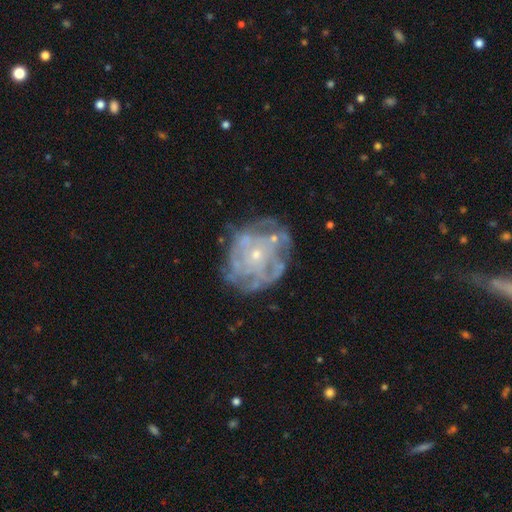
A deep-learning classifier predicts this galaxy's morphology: Q: Smooth or featured?
A: featured or disk (79%); runner-up: smooth (13%)
Q: Edge-on disk?
A: no (97%); runner-up: yes (3%)
Q: Bar?
A: no (83%); runner-up: weak (14%)
Q: Spiral arms?
A: yes (67%); runner-up: no (33%)
Q: Spiral winding?
A: tight (61%); runner-up: medium (27%)
Q: Spiral arm count?
A: can't tell (51%); runner-up: 4 (14%)
Q: Bulge size?
A: small (75%); runner-up: moderate (21%)
Q: Merging?
A: none (64%); runner-up: minor disturbance (19%)